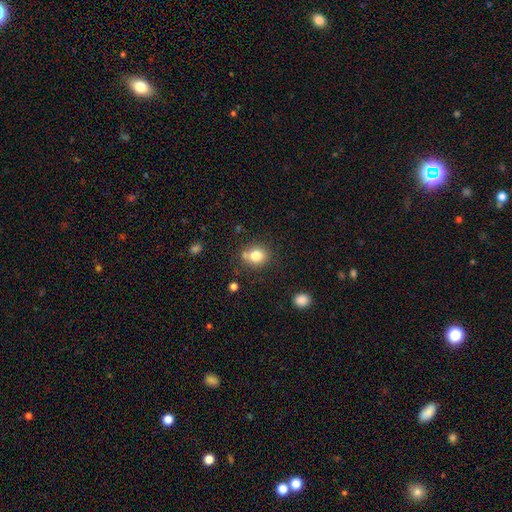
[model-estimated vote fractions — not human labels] A smooth galaxy with no disk features (81%) that is round (61%).

Vote fractions:
- Smooth or featured? smooth: 81% / star or artifact: 11% / featured or disk: 9%
- How rounded? round: 61% / in between: 38% / cigar-shaped: 1%
- Merging? none: 69% / minor disturbance: 17% / merger: 10% / major disturbance: 4%